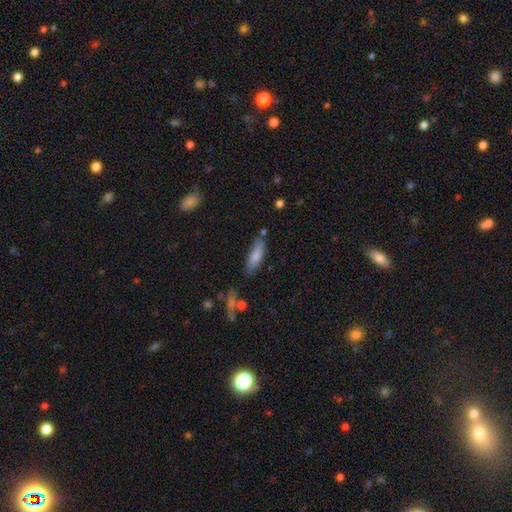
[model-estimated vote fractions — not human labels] smooth_or_featured: smooth (p=0.81) [alt: featured or disk p=0.12]
how_rounded: in between (p=0.50) [alt: cigar-shaped p=0.48]
merging: none (p=0.70) [alt: minor disturbance p=0.20]